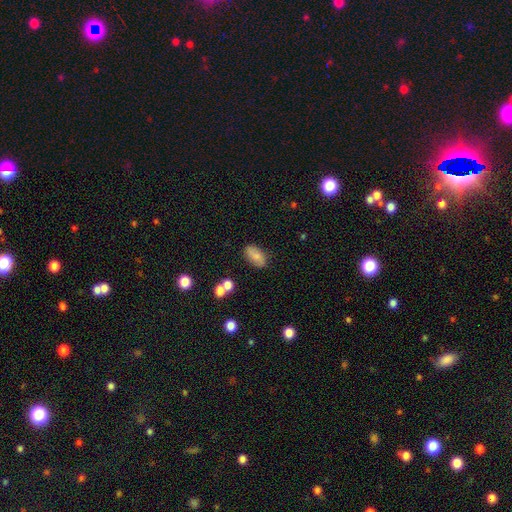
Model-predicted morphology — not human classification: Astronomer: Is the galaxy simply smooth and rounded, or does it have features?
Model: smooth — 75%.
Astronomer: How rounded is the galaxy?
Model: in between — 91%.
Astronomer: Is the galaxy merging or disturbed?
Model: none — 79%.